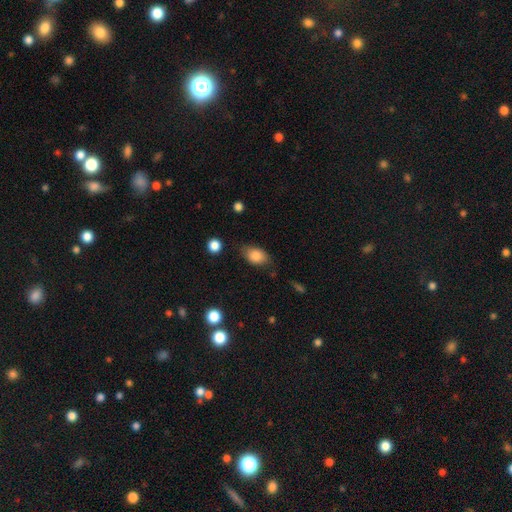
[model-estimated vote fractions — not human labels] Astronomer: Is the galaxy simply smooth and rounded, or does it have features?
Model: smooth — 84%.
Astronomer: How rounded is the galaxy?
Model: in between — 84%.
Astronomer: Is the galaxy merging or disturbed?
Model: none — 72%.